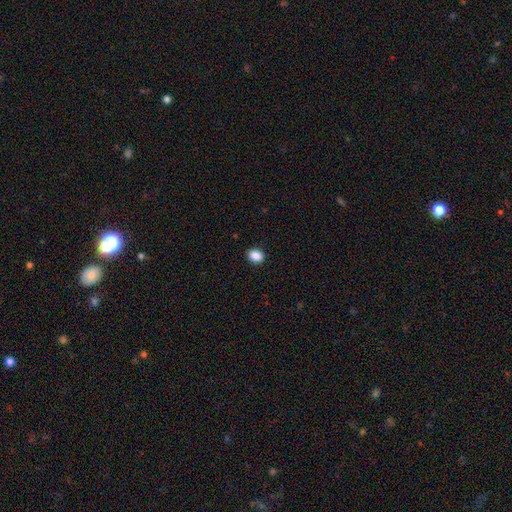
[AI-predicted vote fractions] smooth-or-featured: smooth: 89% | star or artifact: 9% | featured or disk: 3%
  how-rounded: in between: 62% | round: 37% | cigar-shaped: 1%
  merging: none: 90% | minor disturbance: 7% | major disturbance: 2% | merger: 1%